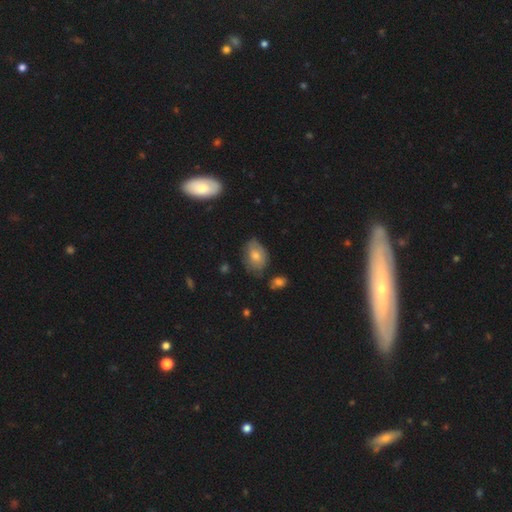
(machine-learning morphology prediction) The model was most divided on "merging": none: 65%, minor disturbance: 26%, major disturbance: 6%, merger: 3%. More confident: how rounded — in between (80%); smooth or featured — smooth (67%).